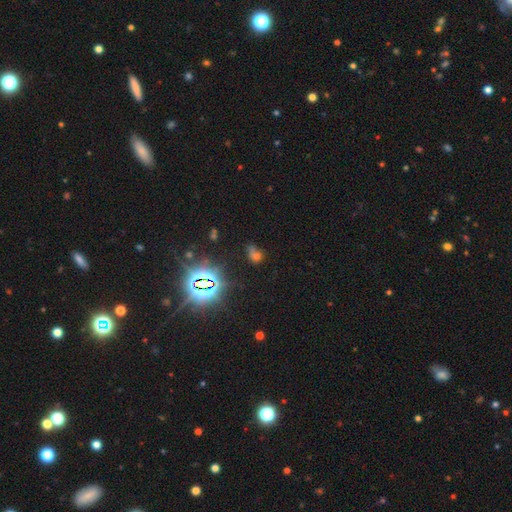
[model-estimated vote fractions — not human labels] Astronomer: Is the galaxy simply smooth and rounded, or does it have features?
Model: star or artifact — 46% (runner-up: smooth, 43%).